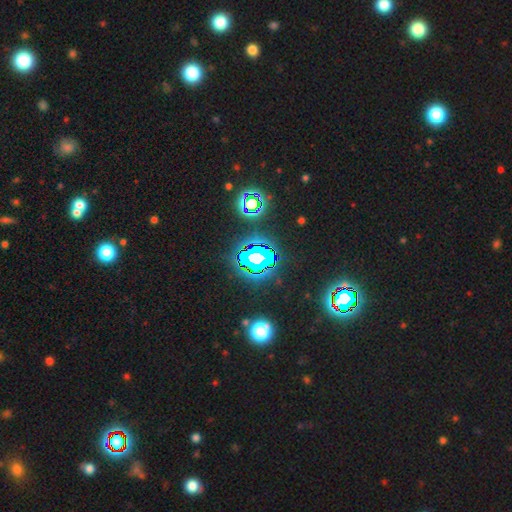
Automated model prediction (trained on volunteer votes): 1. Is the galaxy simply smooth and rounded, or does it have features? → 73% star or artifact, 16% smooth, 11% featured or disk.